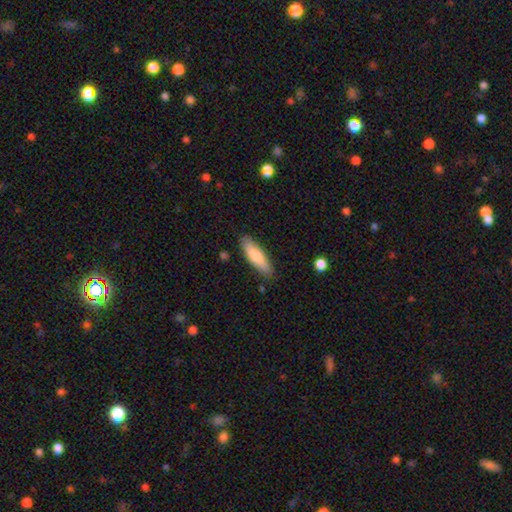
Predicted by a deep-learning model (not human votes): Smooth or featured: smooth — 73% (featured or disk — 21%)
How rounded: cigar-shaped — 60% (in between — 38%)
Merging: none — 85% (minor disturbance — 11%)